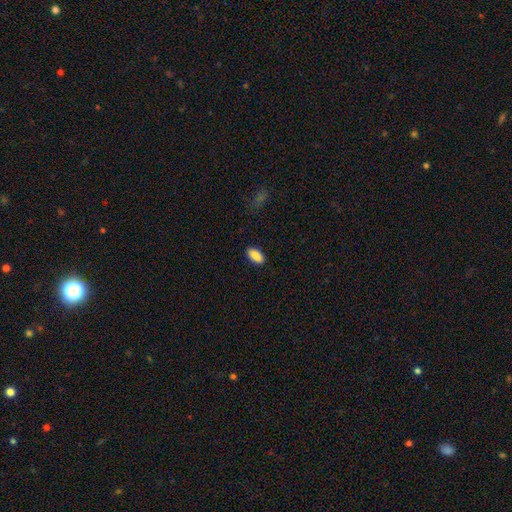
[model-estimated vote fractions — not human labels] Smooth or featured: smooth — 89% (star or artifact — 7%)
How rounded: in between — 93% (cigar-shaped — 5%)
Merging: none — 88% (minor disturbance — 9%)